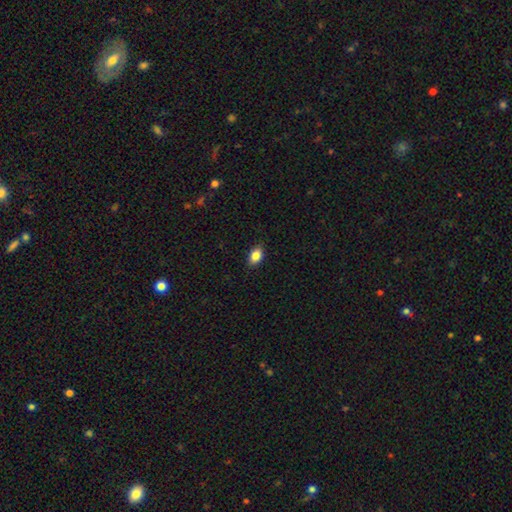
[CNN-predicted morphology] A smooth galaxy with no disk features (85%) that is in between round and cigar-shaped (85%).

Vote fractions:
- Smooth or featured? smooth: 85% / star or artifact: 8% / featured or disk: 7%
- How rounded? in between: 85% / round: 13% / cigar-shaped: 2%
- Merging? none: 87% / minor disturbance: 10% / major disturbance: 2% / merger: 1%